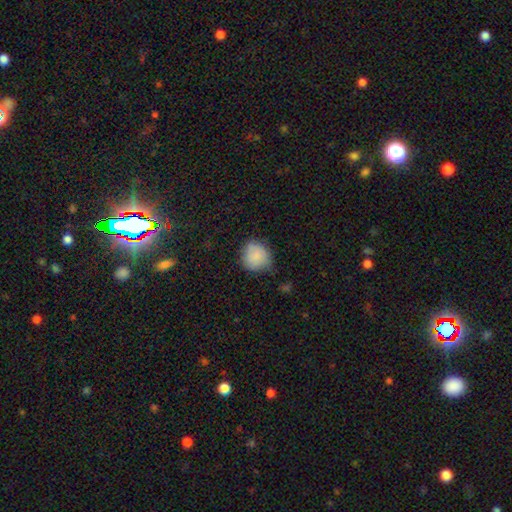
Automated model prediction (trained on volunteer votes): Q: Smooth or featured?
A: smooth (84%); runner-up: featured or disk (8%)
Q: How rounded?
A: round (84%); runner-up: in between (15%)
Q: Merging?
A: none (64%); runner-up: minor disturbance (28%)